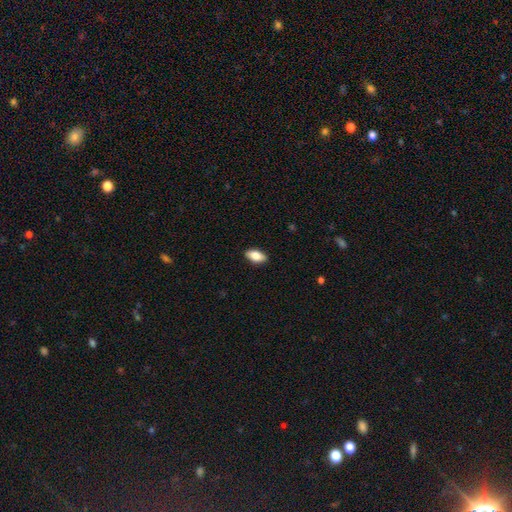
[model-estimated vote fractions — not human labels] A smooth galaxy with no disk features (82%) that is in between round and cigar-shaped (90%).

Vote fractions:
- Smooth or featured? smooth: 82% / featured or disk: 11% / star or artifact: 7%
- How rounded? in between: 90% / cigar-shaped: 6% / round: 3%
- Merging? none: 89% / minor disturbance: 8% / major disturbance: 2% / merger: 1%